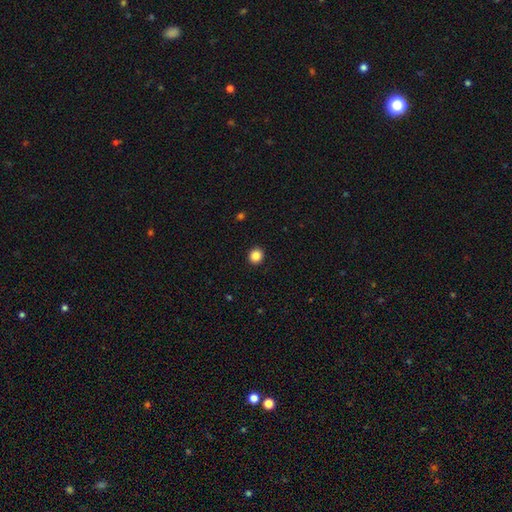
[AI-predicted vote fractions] This is clearly a smooth galaxy (86%). How rounded: clearly round (88%). Merging: clearly none (93%).